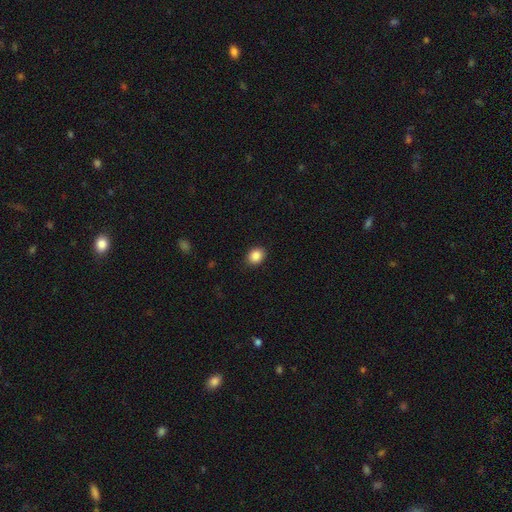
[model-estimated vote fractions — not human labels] Smooth or featured? smooth (88%)
How rounded? in between (51%)
Merging? none (88%)